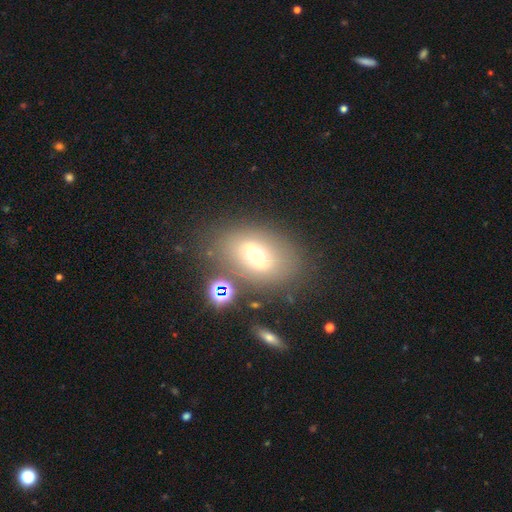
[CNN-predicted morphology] smooth_or_featured: smooth (p=0.52) [alt: featured or disk p=0.34]
how_rounded: in between (p=0.78) [alt: round p=0.21]
merging: none (p=0.72) [alt: minor disturbance p=0.14]